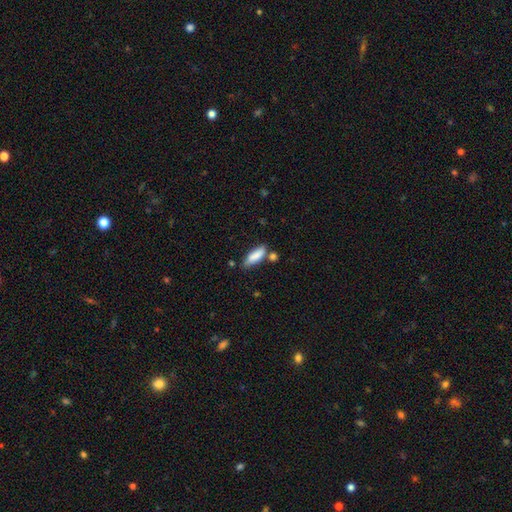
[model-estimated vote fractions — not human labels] This is clearly a smooth galaxy (84%). How rounded: possibly in between (56%). Merging: likely none (64%).